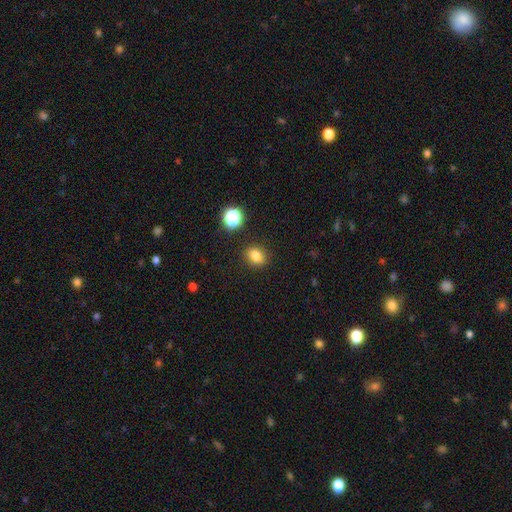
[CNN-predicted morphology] smooth_or_featured: smooth (p=0.81) [alt: star or artifact p=0.13]
how_rounded: in between (p=0.53) [alt: round p=0.46]
merging: none (p=0.87) [alt: minor disturbance p=0.08]